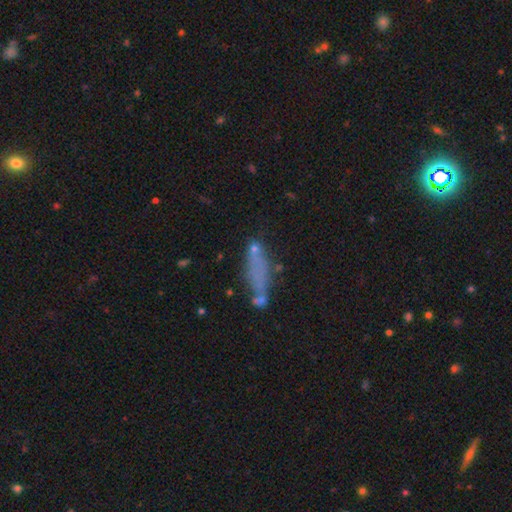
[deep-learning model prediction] Smooth or featured: smooth — 60% (featured or disk — 25%)
How rounded: cigar-shaped — 54% (in between — 42%)
Merging: none — 44% (minor disturbance — 22%)